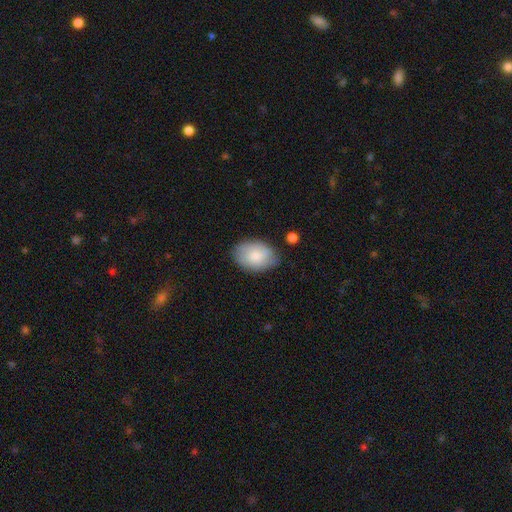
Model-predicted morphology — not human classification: smooth_or_featured: smooth (p=0.75) [alt: featured or disk p=0.19]
how_rounded: in between (p=0.84) [alt: round p=0.15]
merging: none (p=0.70) [alt: minor disturbance p=0.23]